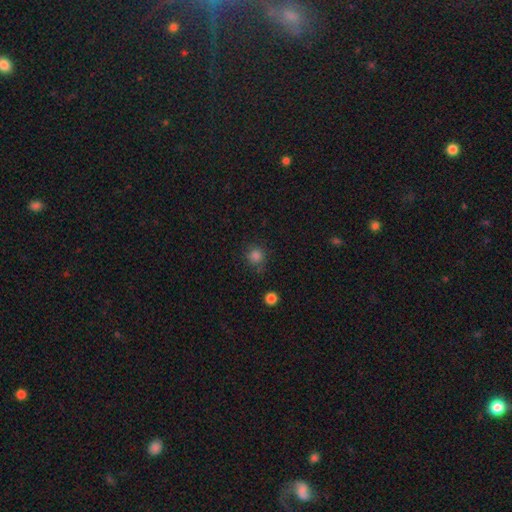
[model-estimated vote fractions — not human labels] Smooth or featured: smooth — 82% (star or artifact — 14%)
How rounded: round — 91% (in between — 8%)
Merging: none — 78% (minor disturbance — 14%)